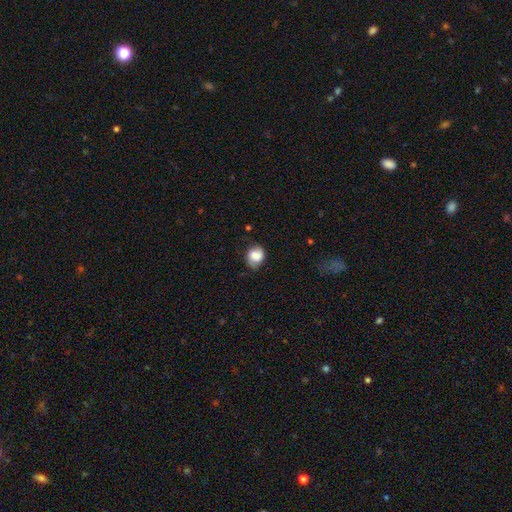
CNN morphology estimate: A smooth galaxy with no disk features (75%) that is round (58%).

Vote fractions:
- Smooth or featured? smooth: 75% / featured or disk: 17% / star or artifact: 9%
- How rounded? round: 58% / in between: 41% / cigar-shaped: 1%
- Merging? none: 63% / minor disturbance: 27% / major disturbance: 8% / merger: 2%